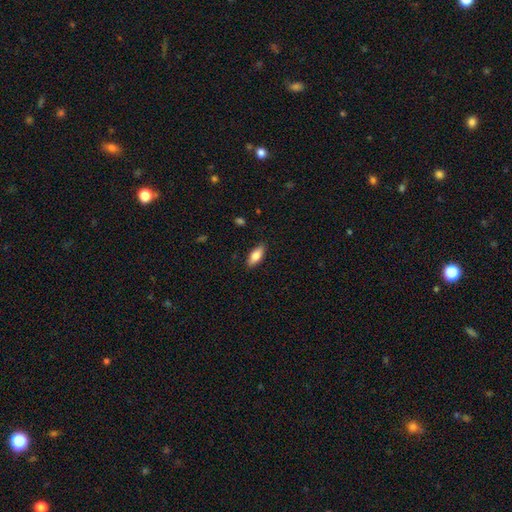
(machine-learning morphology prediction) smooth-or-featured: smooth: 80% | featured or disk: 14% | star or artifact: 6%
  how-rounded: in between: 77% | cigar-shaped: 21% | round: 2%
  merging: none: 87% | minor disturbance: 10% | major disturbance: 2% | merger: 1%